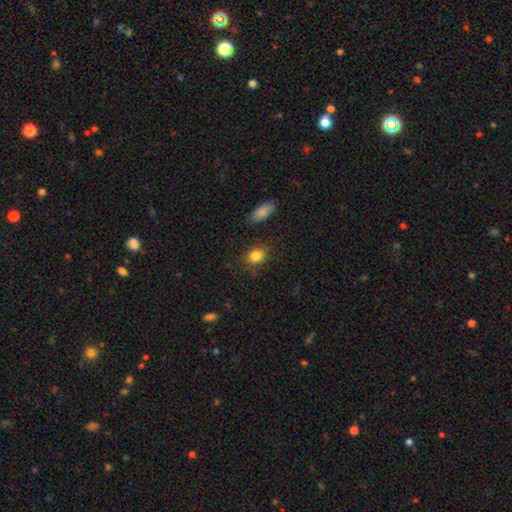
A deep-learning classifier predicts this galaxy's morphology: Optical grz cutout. It shows a smooth galaxy with no disk features (84%) that is in between round and cigar-shaped (51%). Merging: none (79%).